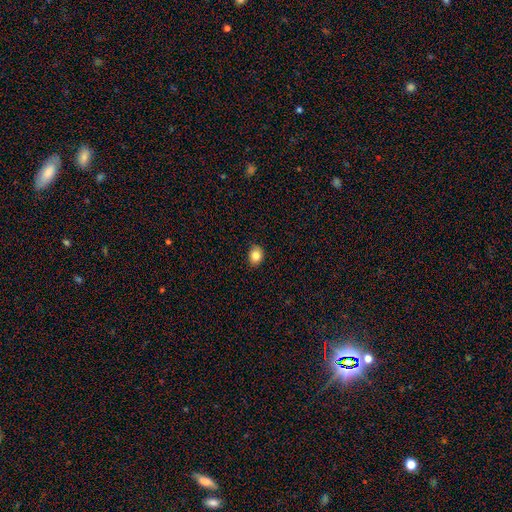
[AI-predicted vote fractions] smooth 83%, star or artifact 10%, featured or disk 7%. Down the decision tree: how rounded — round (52%); merging — none (87%).